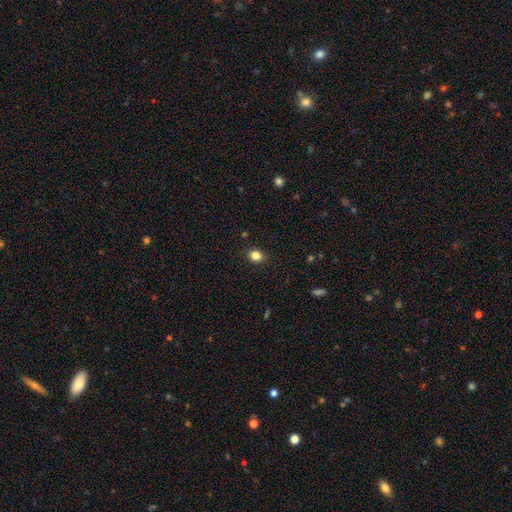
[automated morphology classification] A smooth galaxy with no disk features (83%) that is round (70%).

Vote fractions:
- Smooth or featured? smooth: 83% / star or artifact: 12% / featured or disk: 5%
- How rounded? round: 70% / in between: 29% / cigar-shaped: 1%
- Merging? none: 90% / minor disturbance: 7% / major disturbance: 2% / merger: 1%